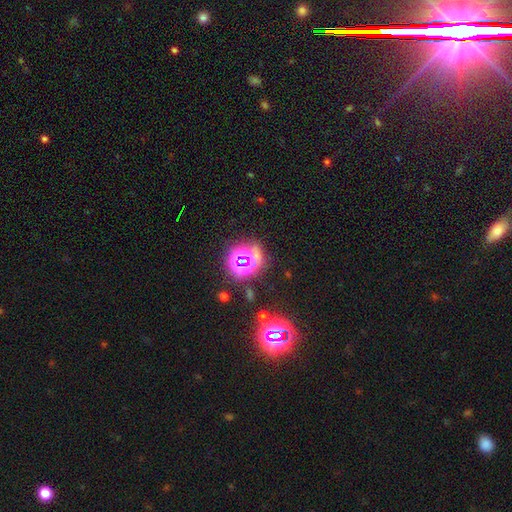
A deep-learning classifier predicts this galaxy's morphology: smooth-or-featured: star or artifact: 70% | smooth: 21% | featured or disk: 9%